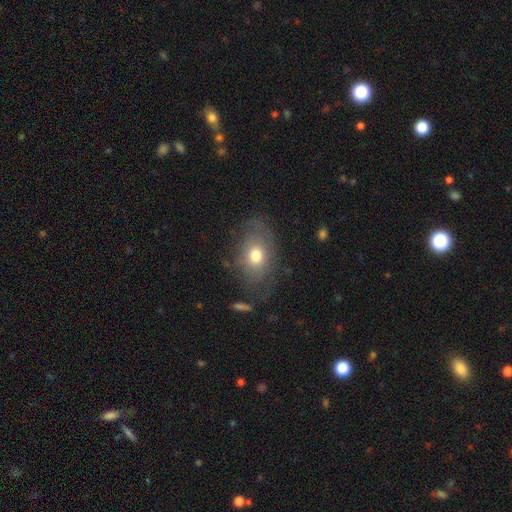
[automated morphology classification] Smooth or featured? Predicted: smooth (p=0.67). How rounded? Predicted: in between (p=0.74). Merging? Predicted: none (p=0.65).